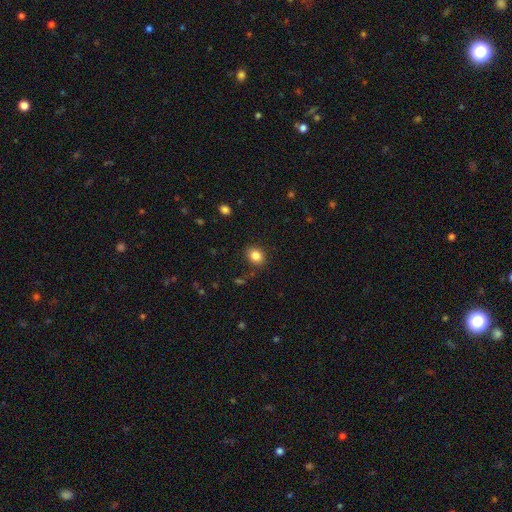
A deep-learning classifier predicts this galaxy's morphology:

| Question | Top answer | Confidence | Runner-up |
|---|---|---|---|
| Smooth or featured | smooth | 84% | star or artifact (10%) |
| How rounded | round | 59% | in between (40%) |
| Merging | none | 85% | minor disturbance (11%) |